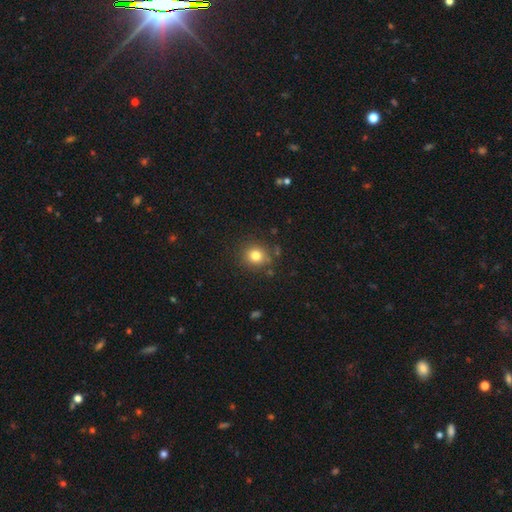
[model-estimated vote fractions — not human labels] smooth-or-featured: smooth: 80% | star or artifact: 13% | featured or disk: 7%
  how-rounded: round: 86% | in between: 13% | cigar-shaped: 1%
  merging: none: 83% | minor disturbance: 10% | major disturbance: 3% | merger: 3%